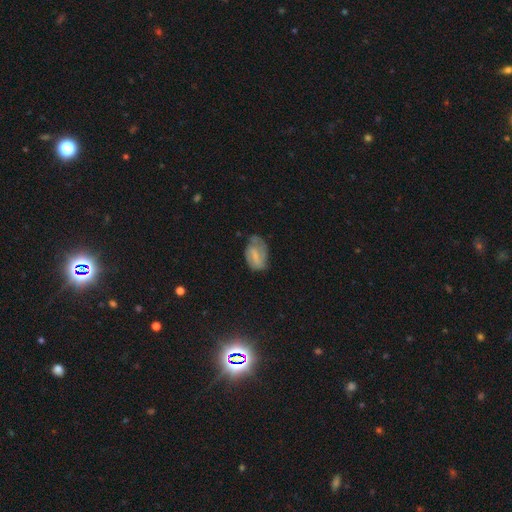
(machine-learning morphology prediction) Smooth or featured? smooth (48%)
Merging? none (42%)